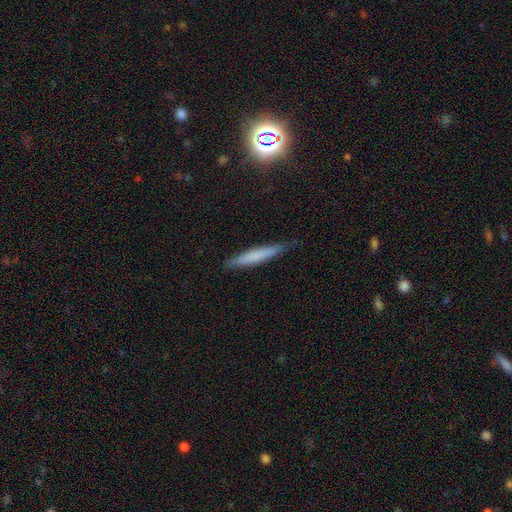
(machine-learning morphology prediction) The model was most divided on "smooth or featured": smooth: 65%, featured or disk: 28%, star or artifact: 7%. More confident: how rounded — cigar-shaped (93%); merging — none (83%).